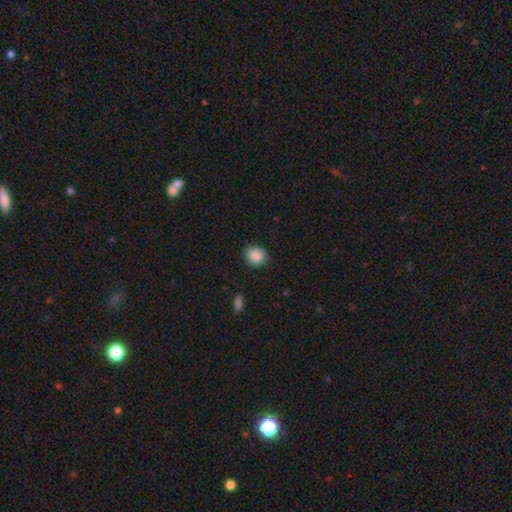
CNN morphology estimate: The model was most divided on "how rounded": round: 71%, in between: 28%, cigar-shaped: 1%. More confident: smooth or featured — smooth (88%); merging — none (85%).